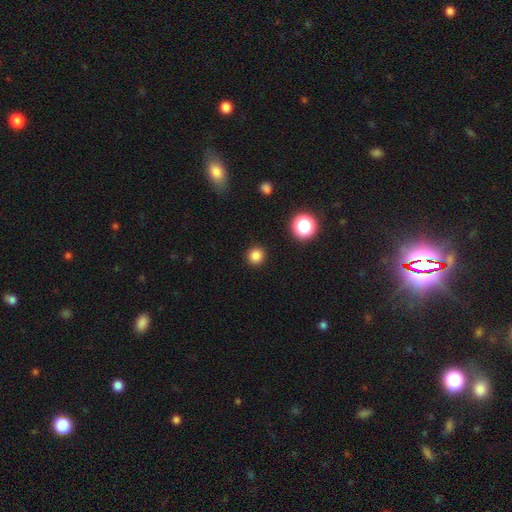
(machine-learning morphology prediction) Smooth or featured? smooth (83%)
How rounded? round (95%)
Merging? none (92%)